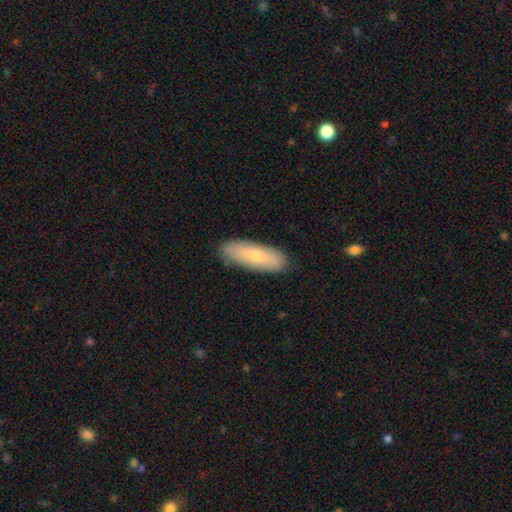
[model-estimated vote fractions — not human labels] Smooth or featured?
  - smooth: 68% *
  - featured or disk: 25%
  - star or artifact: 6%
How rounded?
  - in between: 57% *
  - cigar-shaped: 41%
  - round: 2%
Merging?
  - none: 85% *
  - minor disturbance: 11%
  - major disturbance: 2%
  - merger: 1%